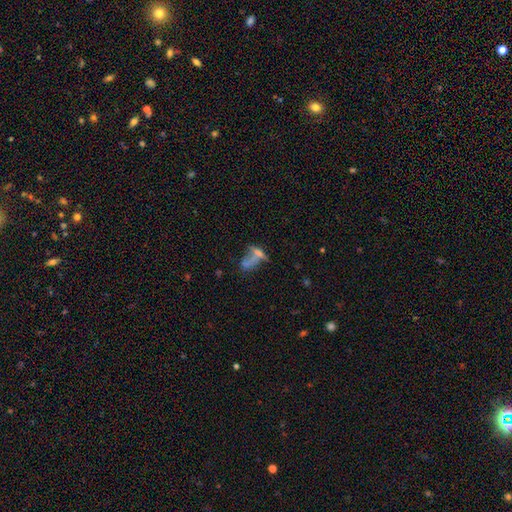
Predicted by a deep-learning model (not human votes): smooth-or-featured: smooth: 52% | featured or disk: 31% | star or artifact: 17%
  how-rounded: in between: 55% | cigar-shaped: 31% | round: 14%
  merging: merger: 47% | none: 25% | major disturbance: 17% | minor disturbance: 10%